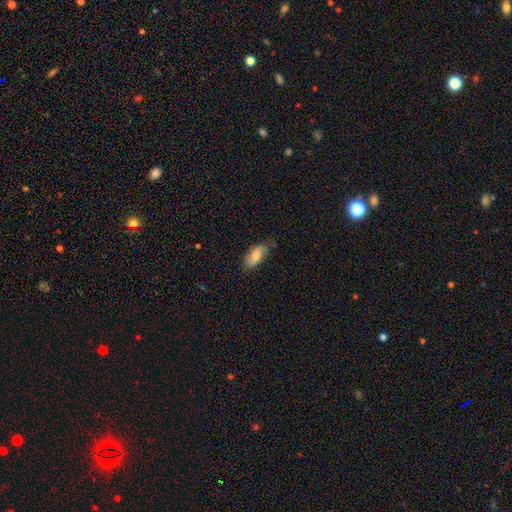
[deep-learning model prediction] This is likely a smooth galaxy (71%). How rounded: clearly in between (89%). Merging: likely none (70%).